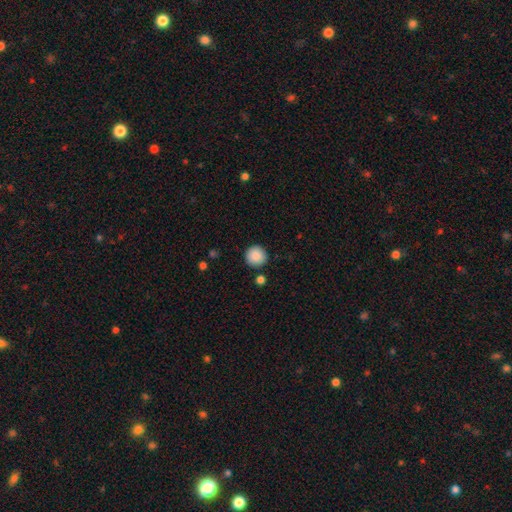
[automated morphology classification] smooth_or_featured: smooth (p=0.89) [alt: star or artifact p=0.08]
how_rounded: round (p=0.95) [alt: in between p=0.04]
merging: none (p=0.89) [alt: minor disturbance p=0.06]